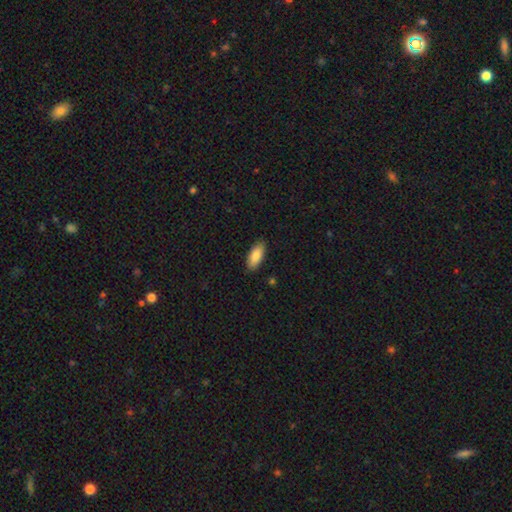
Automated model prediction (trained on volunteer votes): Smooth or featured? smooth (85%)
How rounded? in between (85%)
Merging? none (88%)